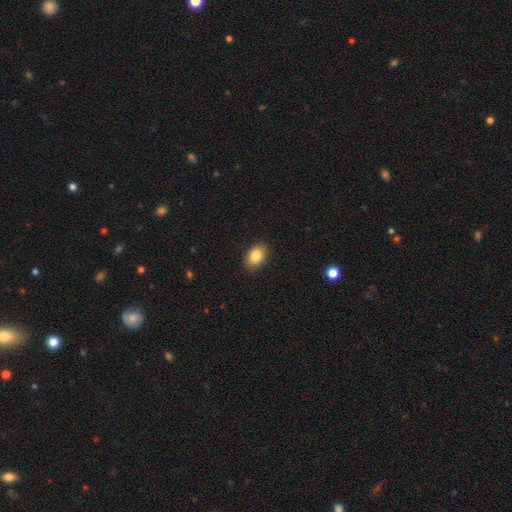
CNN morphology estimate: smooth-or-featured: smooth: 84% | star or artifact: 8% | featured or disk: 7%
  how-rounded: in between: 83% | round: 16% | cigar-shaped: 1%
  merging: none: 87% | minor disturbance: 9% | major disturbance: 2% | merger: 1%